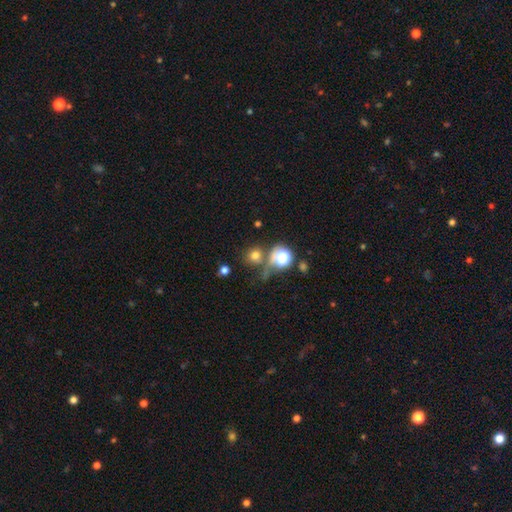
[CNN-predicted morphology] smooth-or-featured: smooth: 66% | star or artifact: 24% | featured or disk: 10%
  how-rounded: round: 86% | in between: 12% | cigar-shaped: 1%
  merging: none: 67% | merger: 16% | minor disturbance: 11% | major disturbance: 6%